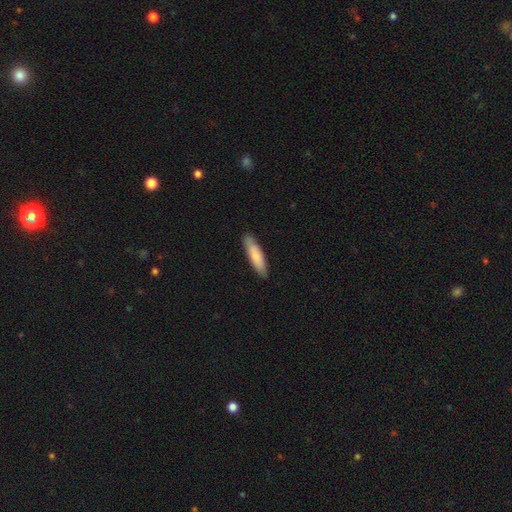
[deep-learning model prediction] A smooth galaxy with no disk features (80%) that is cigar-shaped (69%). Merging: none (86%).